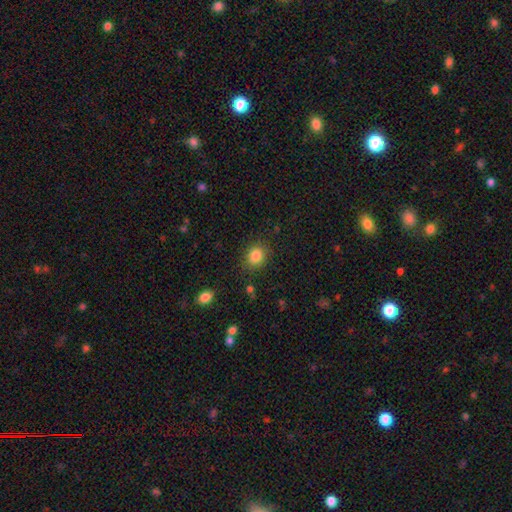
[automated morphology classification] smooth_or_featured: smooth (p=0.84) [alt: star or artifact p=0.11]
how_rounded: round (p=0.66) [alt: in between p=0.33]
merging: none (p=0.85) [alt: minor disturbance p=0.10]